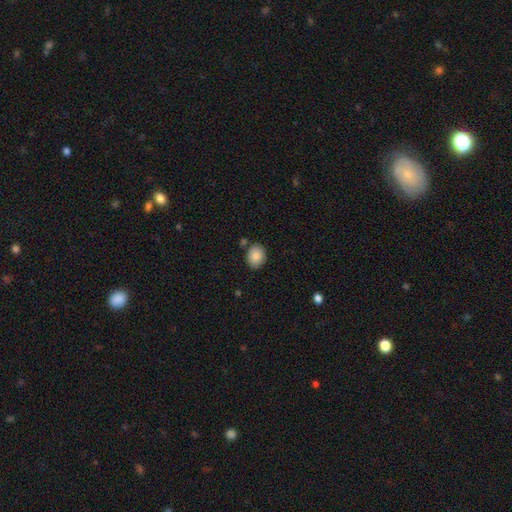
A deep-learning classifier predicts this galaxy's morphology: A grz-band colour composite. It shows a smooth galaxy with no disk features (87%) that is in between round and cigar-shaped (51%). Merging: none (81%).